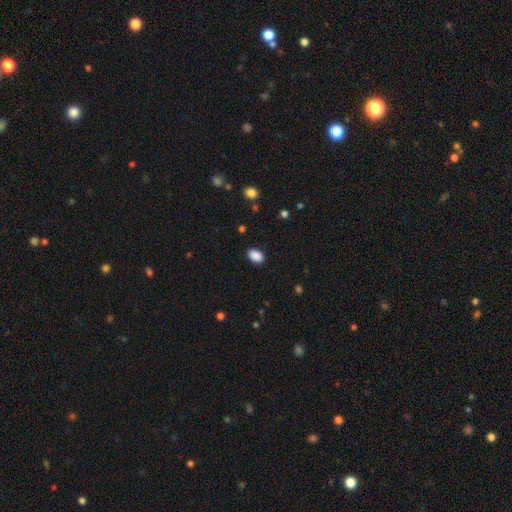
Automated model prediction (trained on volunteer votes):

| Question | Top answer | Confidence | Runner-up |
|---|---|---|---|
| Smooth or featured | smooth | 89% | star or artifact (8%) |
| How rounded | in between | 86% | round (12%) |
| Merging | none | 88% | minor disturbance (9%) |